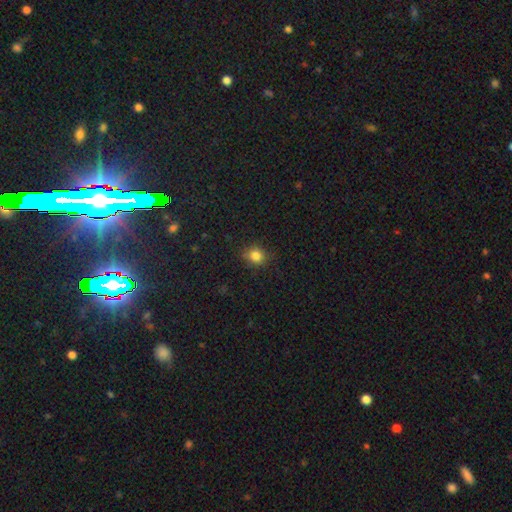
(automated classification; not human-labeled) smooth 82%, star or artifact 12%, featured or disk 5%. Down the decision tree: how rounded — round (78%); merging — none (83%).